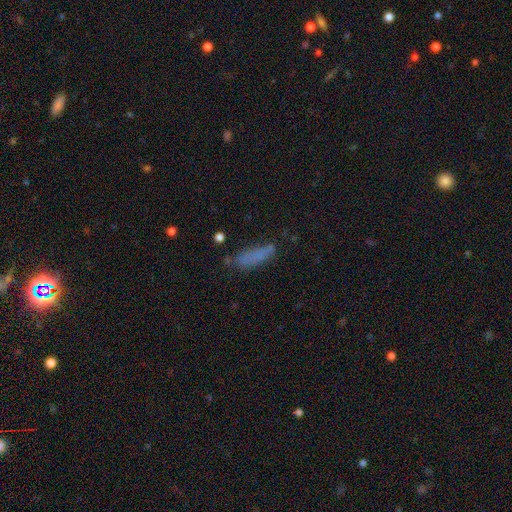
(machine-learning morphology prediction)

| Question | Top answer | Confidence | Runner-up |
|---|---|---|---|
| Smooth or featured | smooth | 75% | featured or disk (13%) |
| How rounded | cigar-shaped | 63% | in between (34%) |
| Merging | none | 64% | minor disturbance (21%) |